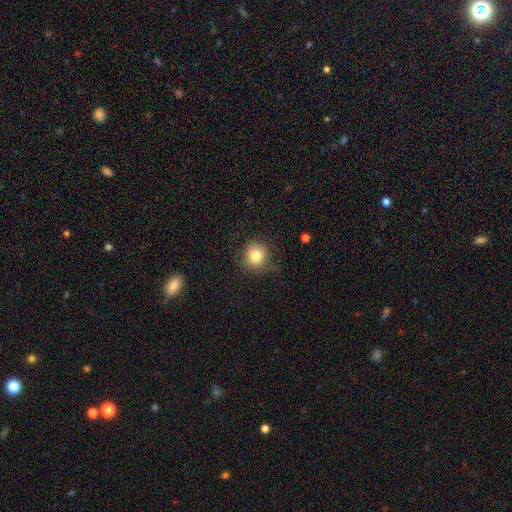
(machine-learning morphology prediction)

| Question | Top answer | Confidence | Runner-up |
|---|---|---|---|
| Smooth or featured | smooth | 81% | star or artifact (11%) |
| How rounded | round | 85% | in between (14%) |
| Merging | none | 78% | minor disturbance (16%) |